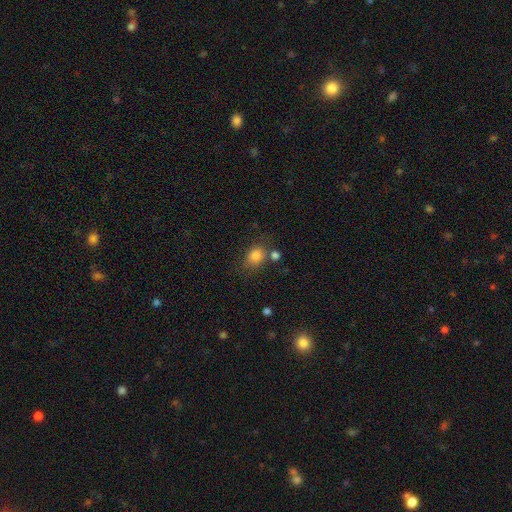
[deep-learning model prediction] This is clearly a smooth galaxy (82%). How rounded: possibly round (57%). Merging: likely none (64%).